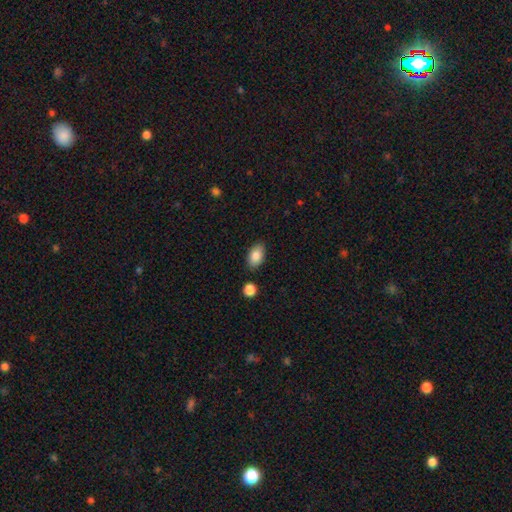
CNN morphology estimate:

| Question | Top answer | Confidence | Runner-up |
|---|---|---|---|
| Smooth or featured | smooth | 86% | featured or disk (7%) |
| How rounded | in between | 92% | round (7%) |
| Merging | none | 84% | minor disturbance (10%) |